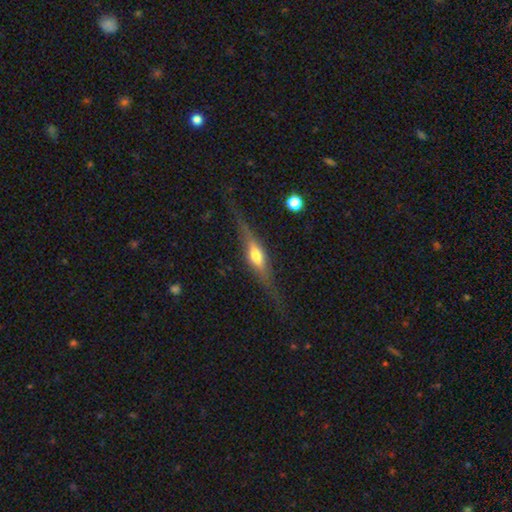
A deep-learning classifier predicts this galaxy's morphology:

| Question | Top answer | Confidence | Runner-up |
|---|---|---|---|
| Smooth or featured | featured or disk | 72% | smooth (22%) |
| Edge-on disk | yes | 95% | no (5%) |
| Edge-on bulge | rounded | 87% | boxy (9%) |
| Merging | none | 80% | minor disturbance (14%) |